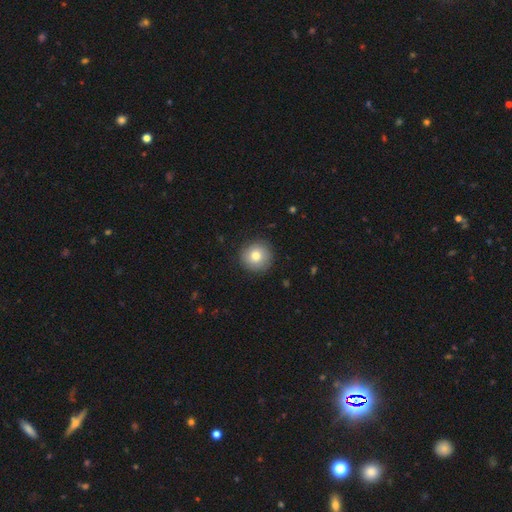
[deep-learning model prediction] A smooth galaxy with no disk features (79%) that is round (94%).

Vote fractions:
- Smooth or featured? smooth: 79% / featured or disk: 12% / star or artifact: 9%
- How rounded? round: 94% / in between: 5% / cigar-shaped: 1%
- Merging? none: 89% / minor disturbance: 8% / major disturbance: 2% / merger: 1%